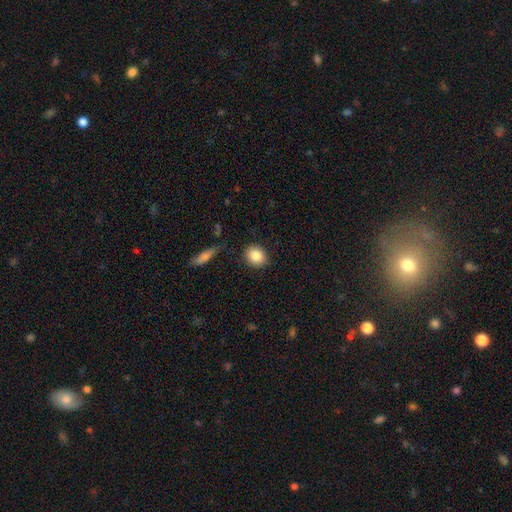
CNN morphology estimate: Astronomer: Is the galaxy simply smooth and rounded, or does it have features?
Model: smooth — 86%.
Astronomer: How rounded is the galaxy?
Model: round — 73%.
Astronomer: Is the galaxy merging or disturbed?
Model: none — 86%.